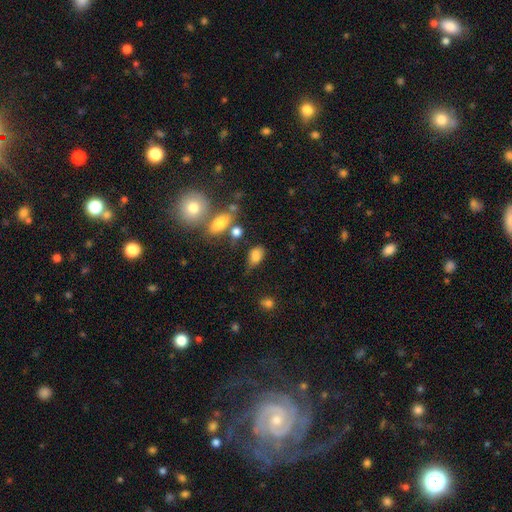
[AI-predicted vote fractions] This is likely a smooth galaxy (78%). How rounded: clearly in between (84%). Merging: marginally none (40%).